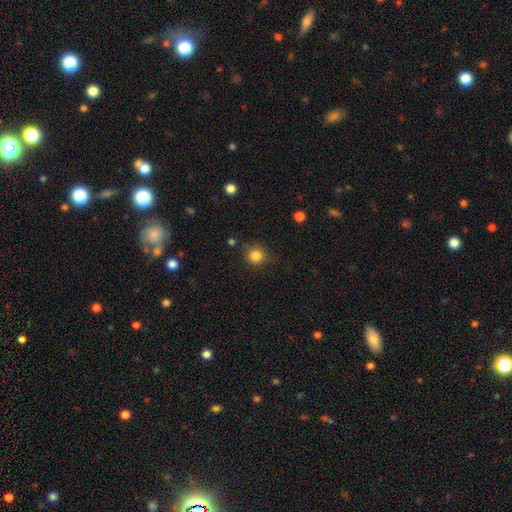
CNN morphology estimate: This appears to be a smooth galaxy with no disk features (84%) that is round (92%). Merging: none (84%).